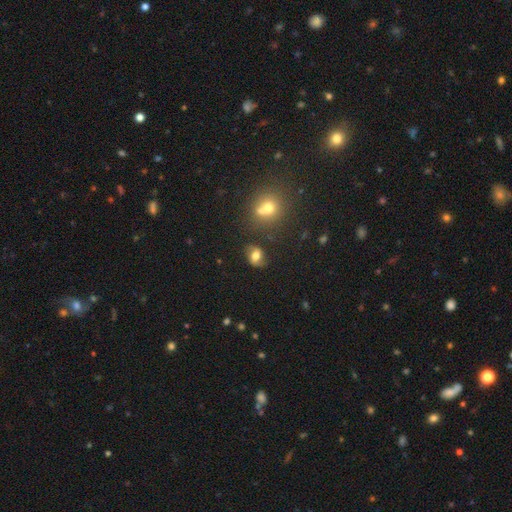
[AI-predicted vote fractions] smooth 53%, featured or disk 35%, star or artifact 12%. Down the decision tree: how rounded — in between (57%); merging — none (71%).